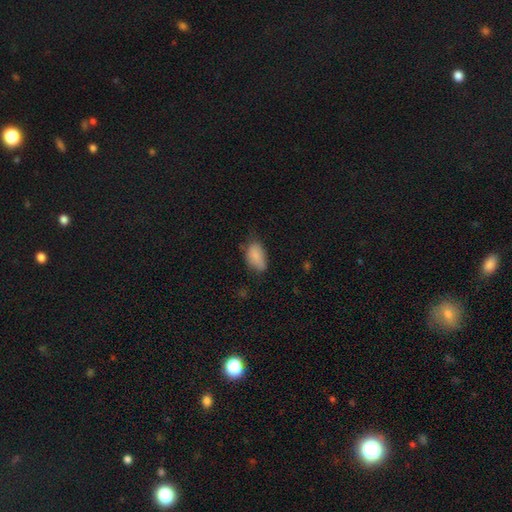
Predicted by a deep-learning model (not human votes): Smooth or featured: smooth — 84% (star or artifact — 8%)
How rounded: in between — 92% (round — 5%)
Merging: none — 50% (minor disturbance — 37%)